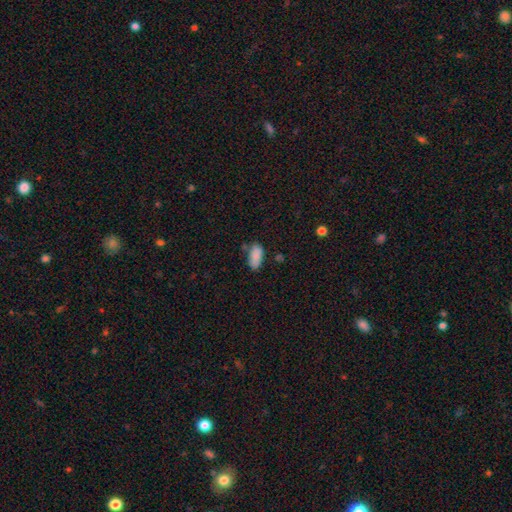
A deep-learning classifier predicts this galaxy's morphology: A smooth galaxy with no disk features (86%) that is in between round and cigar-shaped (91%). Merging: none (65%).